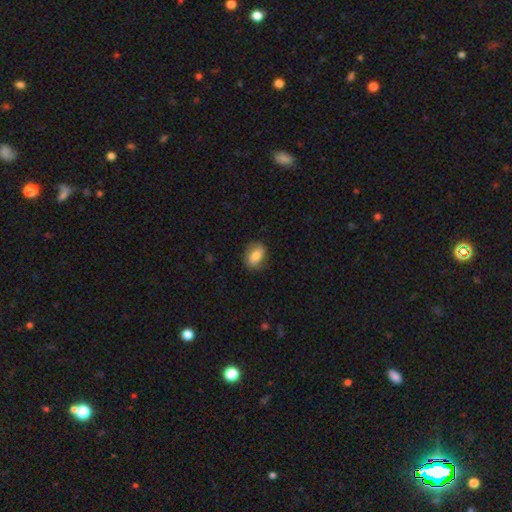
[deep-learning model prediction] Q: Smooth or featured?
A: smooth (75%); runner-up: featured or disk (17%)
Q: How rounded?
A: in between (81%); runner-up: round (17%)
Q: Merging?
A: none (79%); runner-up: minor disturbance (16%)